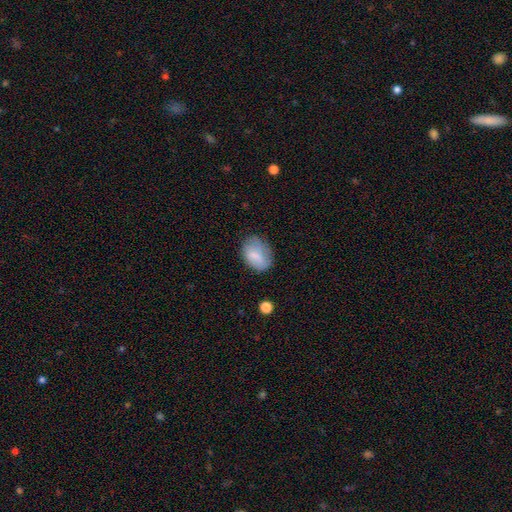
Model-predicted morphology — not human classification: type=smooth (78%); roundness=in between (79%); merging=none (60%).